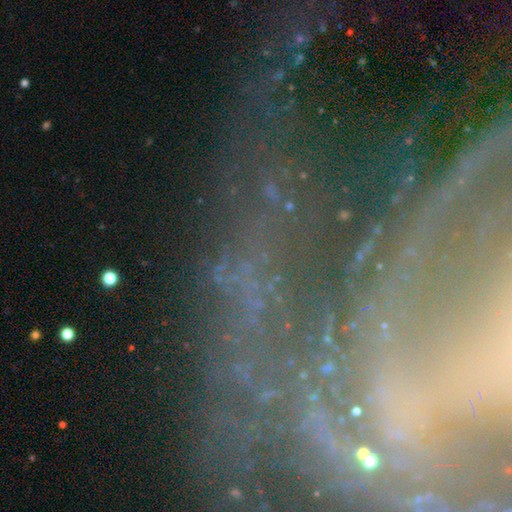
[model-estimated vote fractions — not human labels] Morphology: type=star or artifact (44%).